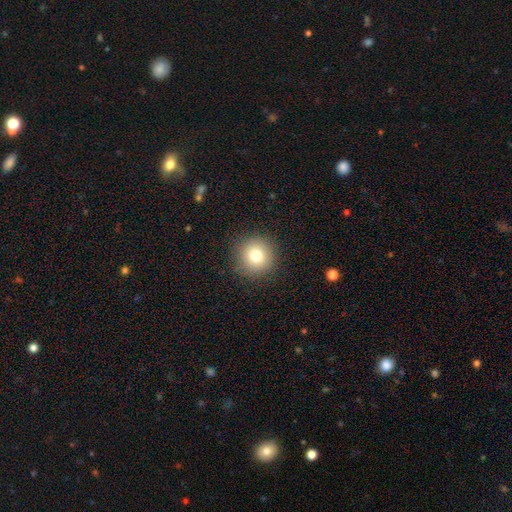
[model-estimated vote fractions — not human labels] smooth 79%, star or artifact 11%, featured or disk 9%. Down the decision tree: how rounded — round (94%); merging — none (90%).